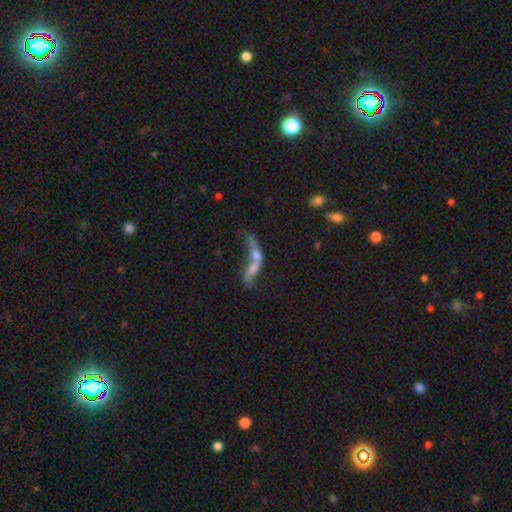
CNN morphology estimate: Smooth or featured: featured or disk — 56% (smooth — 32%)
Edge-on disk: no — 82% (yes — 18%)
Merging: merger — 61% (major disturbance — 16%)